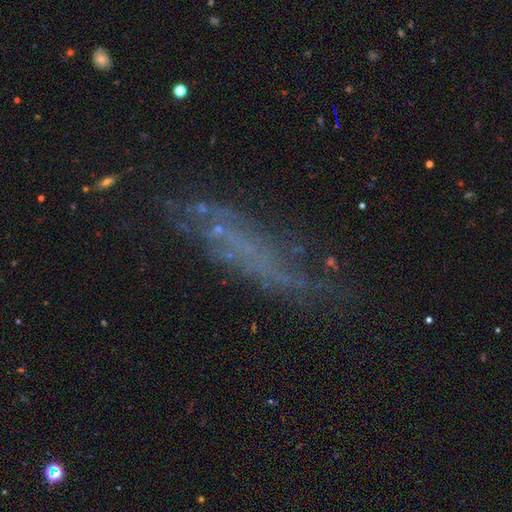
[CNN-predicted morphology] Smooth or featured? Predicted: featured or disk (p=0.49). Merging? Predicted: none (p=0.57).